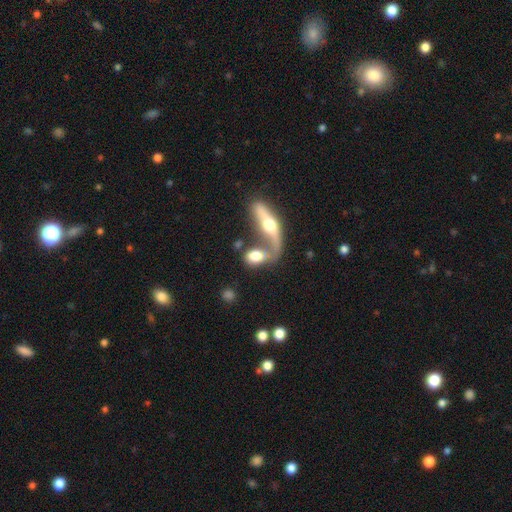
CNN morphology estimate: This appears to be a smooth galaxy with no disk features (61%) that is in between round and cigar-shaped (76%). Merging: merger (61%).